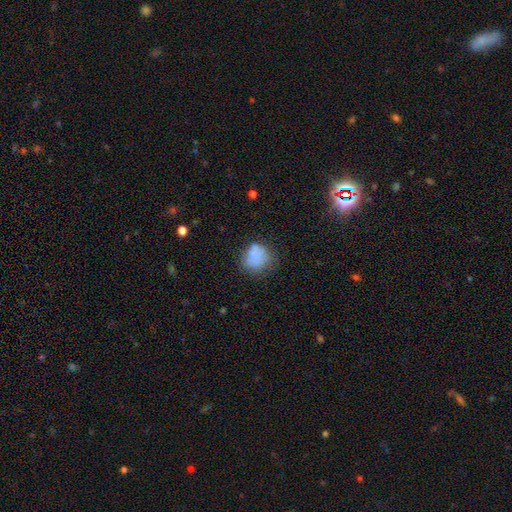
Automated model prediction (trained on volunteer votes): smooth-or-featured: smooth: 79% | star or artifact: 11% | featured or disk: 10%
  how-rounded: round: 71% | in between: 28% | cigar-shaped: 1%
  merging: none: 56% | minor disturbance: 27% | major disturbance: 14% | merger: 3%